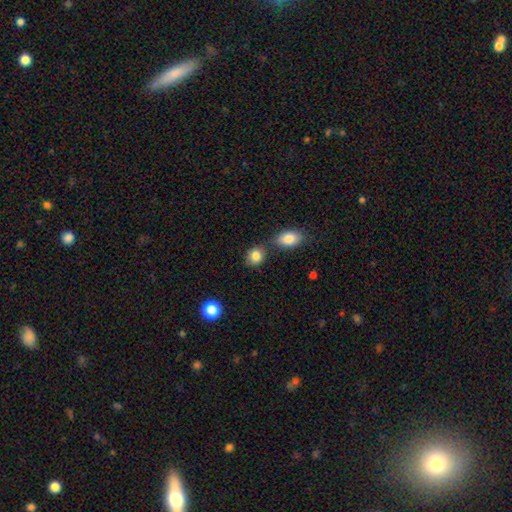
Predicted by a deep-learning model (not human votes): This is clearly a smooth galaxy (85%). How rounded: likely round (61%). Merging: likely none (67%).